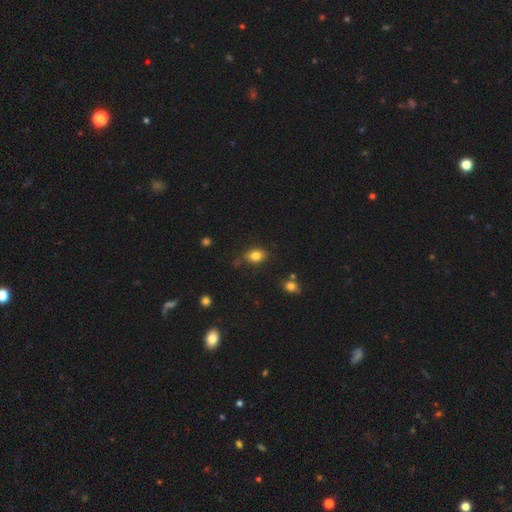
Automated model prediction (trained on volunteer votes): This is clearly a smooth galaxy (82%). How rounded: likely in between (65%). Merging: likely none (76%).